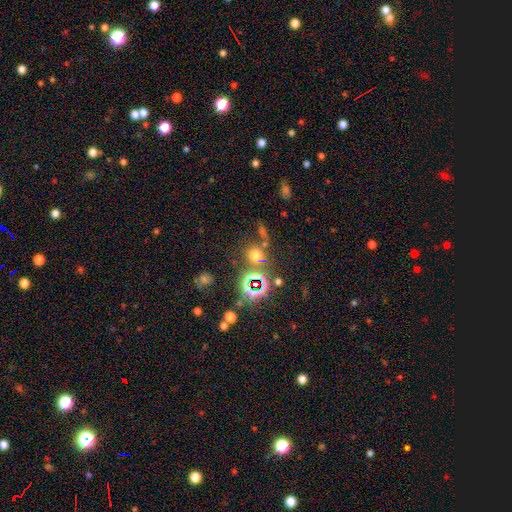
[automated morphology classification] smooth 54%, star or artifact 36%, featured or disk 9%. Down the decision tree: how rounded — round (85%); merging — none (70%).